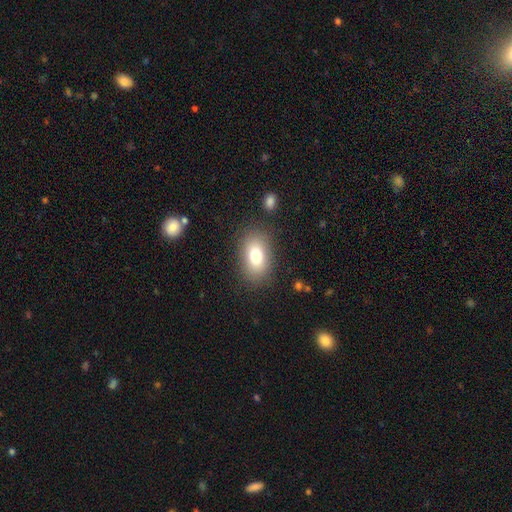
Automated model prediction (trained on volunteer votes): A smooth galaxy with no disk features (77%) that is in between round and cigar-shaped (83%).

Vote fractions:
- Smooth or featured? smooth: 77% / featured or disk: 13% / star or artifact: 10%
- How rounded? in between: 83% / round: 16% / cigar-shaped: 2%
- Merging? none: 83% / minor disturbance: 11% / major disturbance: 4% / merger: 2%